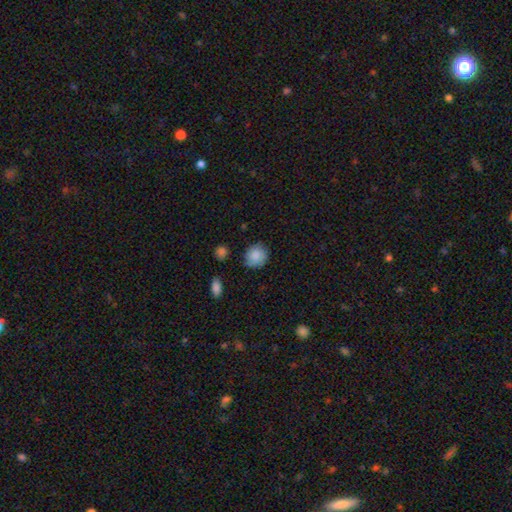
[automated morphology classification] Q: Smooth or featured?
A: smooth (85%); runner-up: star or artifact (7%)
Q: How rounded?
A: round (84%); runner-up: in between (15%)
Q: Merging?
A: none (78%); runner-up: minor disturbance (16%)